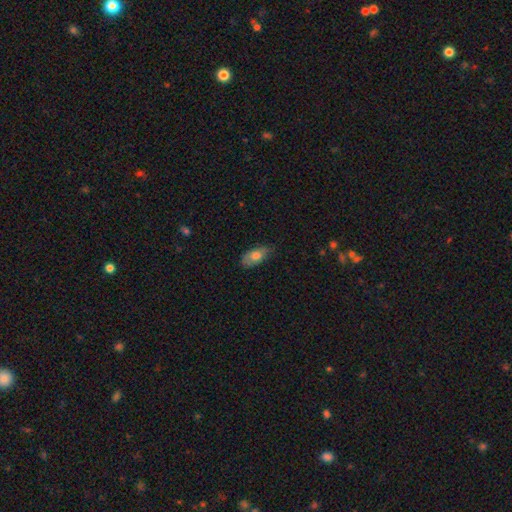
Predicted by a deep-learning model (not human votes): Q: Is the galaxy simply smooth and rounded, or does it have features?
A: smooth — 74%.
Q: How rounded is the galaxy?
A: in between — 89%.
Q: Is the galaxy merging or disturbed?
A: none — 71%.